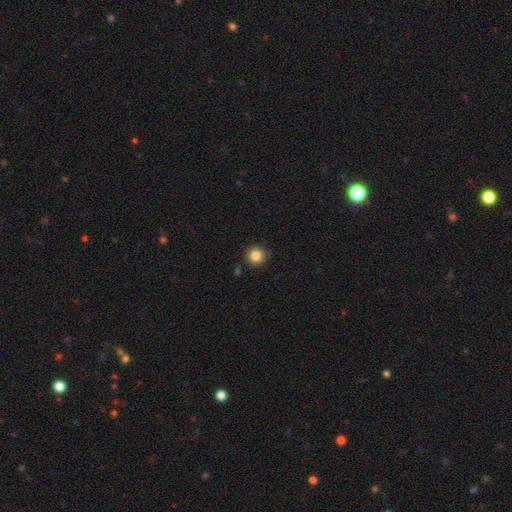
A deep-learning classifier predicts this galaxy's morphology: Overall: smooth (85%). How rounded: round (94%). Merging: none (87%).